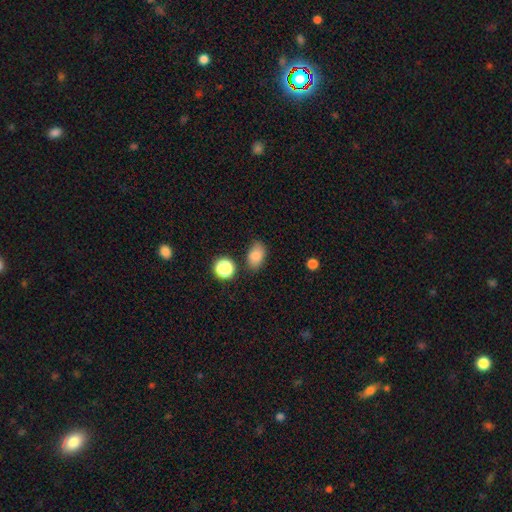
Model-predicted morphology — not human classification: smooth_or_featured: smooth (p=0.83) [alt: star or artifact p=0.10]
how_rounded: in between (p=0.84) [alt: round p=0.14]
merging: none (p=0.78) [alt: minor disturbance p=0.14]